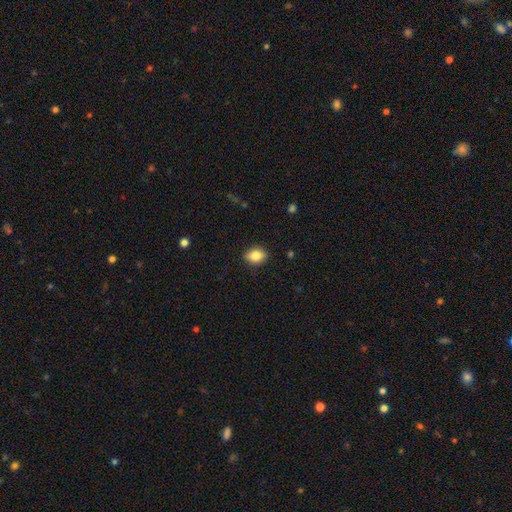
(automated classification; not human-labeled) Smooth or featured? Predicted: smooth (p=0.82). How rounded? Predicted: in between (p=0.73). Merging? Predicted: none (p=0.87).